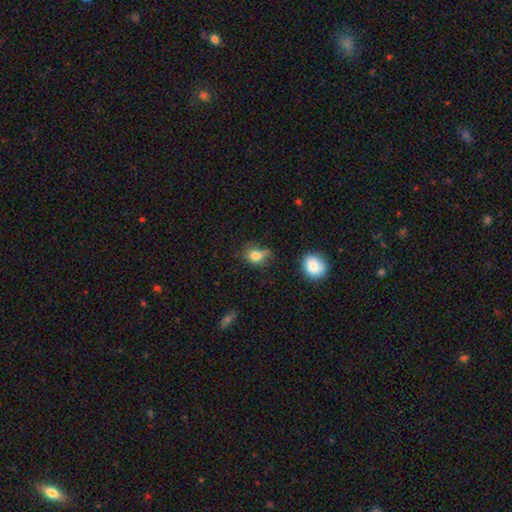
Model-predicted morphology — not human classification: The model was most divided on "how rounded": round: 51%, in between: 47%, cigar-shaped: 2%. Remaining: smooth or featured — smooth (79%); merging — none (45%).